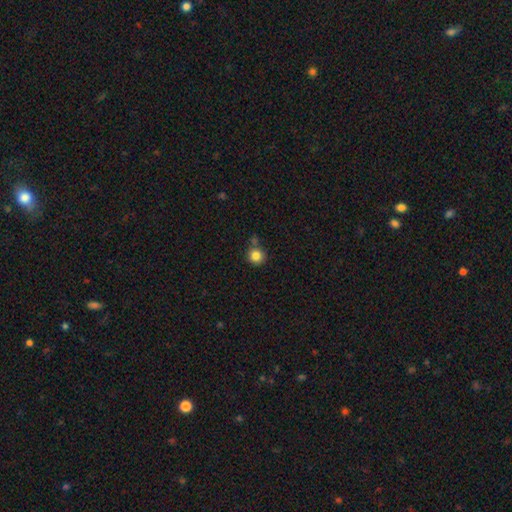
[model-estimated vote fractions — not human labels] Smooth or featured?
  - smooth: 84% *
  - star or artifact: 11%
  - featured or disk: 5%
How rounded?
  - round: 92% *
  - in between: 7%
  - cigar-shaped: 1%
Merging?
  - none: 73% *
  - merger: 12%
  - minor disturbance: 12%
  - major disturbance: 3%